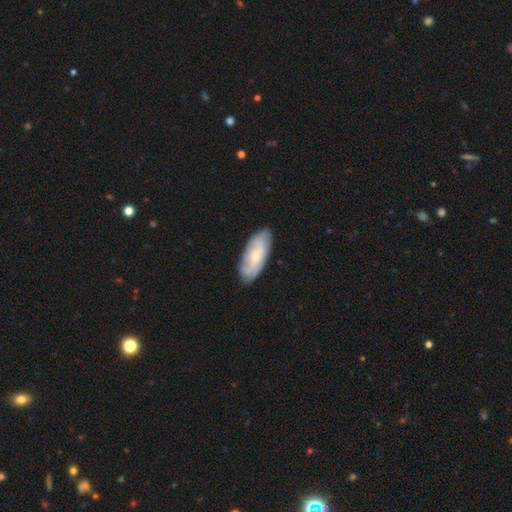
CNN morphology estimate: smooth_or_featured: featured or disk (p=0.50) [alt: smooth p=0.44]
disk_edge_on: no (p=0.86) [alt: yes p=0.14]
merging: none (p=0.81) [alt: minor disturbance p=0.15]